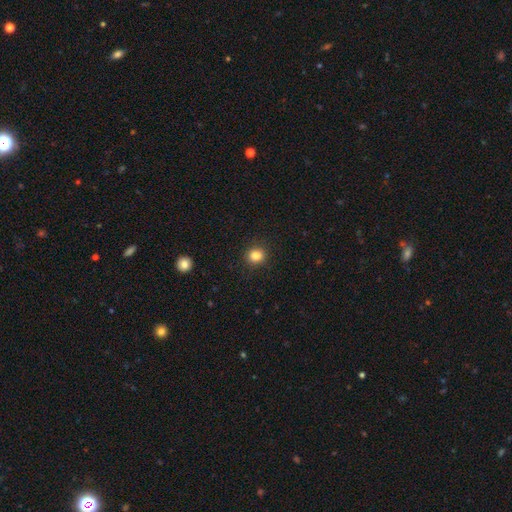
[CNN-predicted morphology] This is clearly a smooth galaxy (84%). How rounded: clearly round (84%). Merging: clearly none (91%).